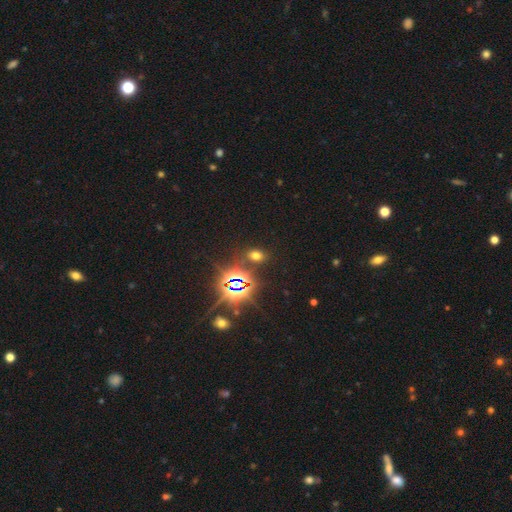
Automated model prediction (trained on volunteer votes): smooth-or-featured: smooth: 48% | star or artifact: 44% | featured or disk: 8%
  merging: none: 83% | minor disturbance: 9% | merger: 4% | major disturbance: 4%